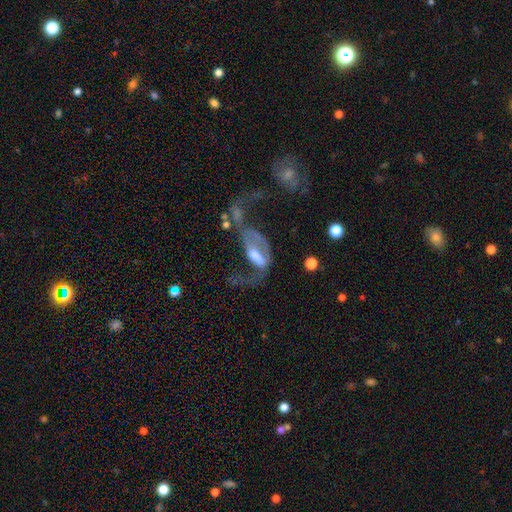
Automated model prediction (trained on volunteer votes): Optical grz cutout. It shows a featured or disk galaxy (66%) with a weak bar (36%, tied with no), spiral arms (60%) and a moderate central bulge (40%). Merging: major disturbance (52%).